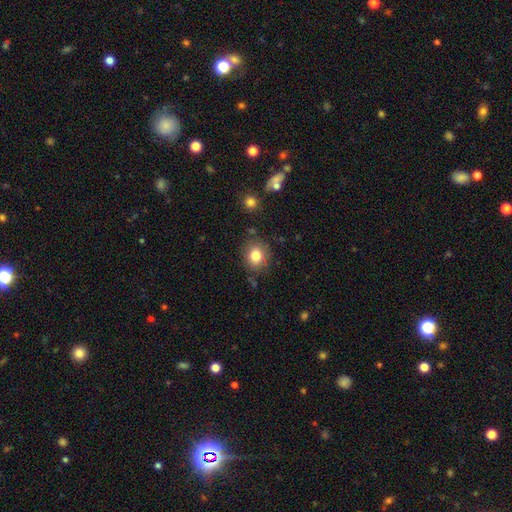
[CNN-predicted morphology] type=smooth (82%); roundness=round (73%); merging=none (82%).